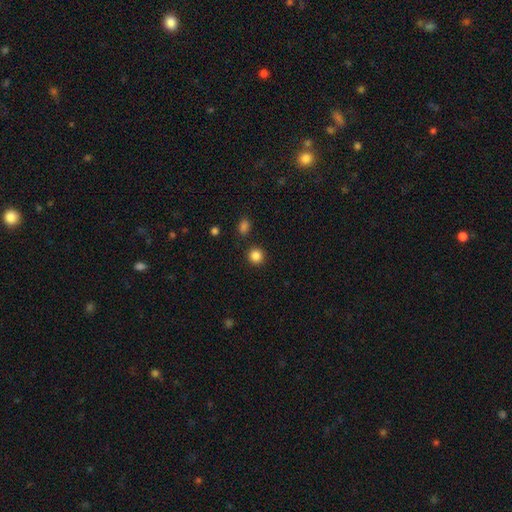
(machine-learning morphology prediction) Q: Smooth or featured?
A: smooth (86%); runner-up: star or artifact (11%)
Q: How rounded?
A: round (92%); runner-up: in between (7%)
Q: Merging?
A: none (89%); runner-up: minor disturbance (6%)